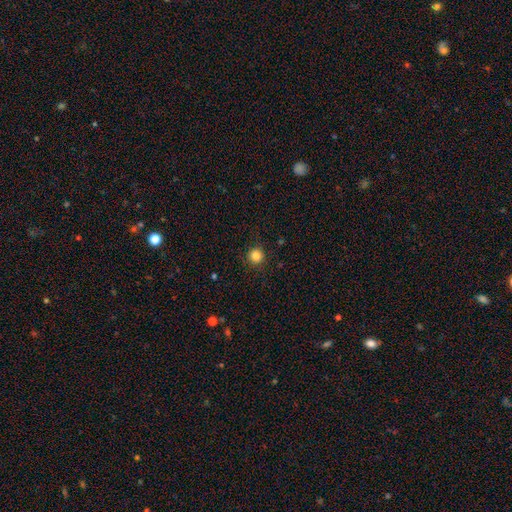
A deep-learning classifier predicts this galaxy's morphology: Smooth or featured? Predicted: smooth (p=0.84). How rounded? Predicted: round (p=0.95). Merging? Predicted: none (p=0.91).